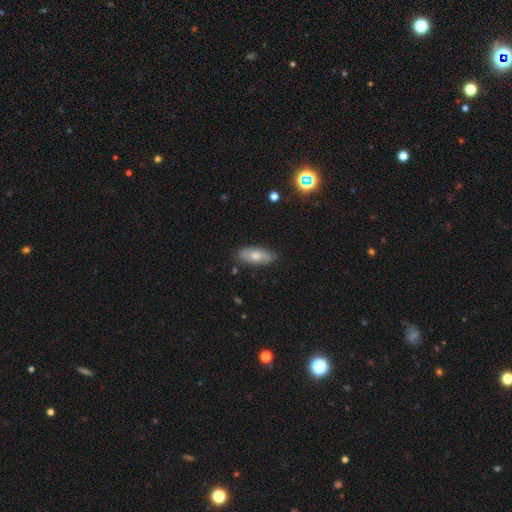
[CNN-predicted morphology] smooth_or_featured: smooth (p=0.70) [alt: featured or disk p=0.23]
how_rounded: in between (p=0.82) [alt: cigar-shaped p=0.16]
merging: none (p=0.82) [alt: minor disturbance p=0.14]